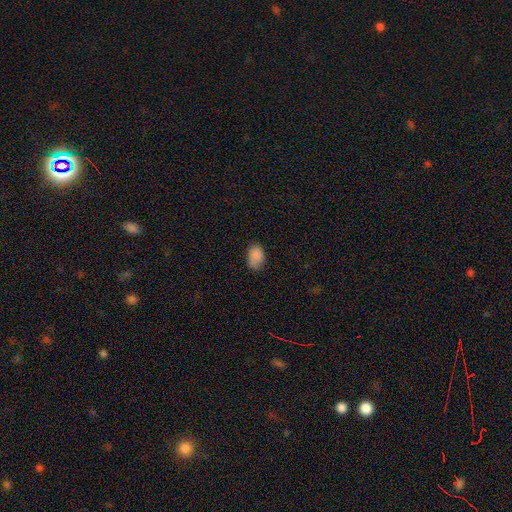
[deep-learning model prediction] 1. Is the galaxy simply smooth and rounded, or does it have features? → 86% smooth, 9% star or artifact, 5% featured or disk.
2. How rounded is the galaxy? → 85% in between, 14% round, 1% cigar-shaped.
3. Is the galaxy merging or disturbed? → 72% none, 22% minor disturbance, 4% major disturbance, 2% merger.